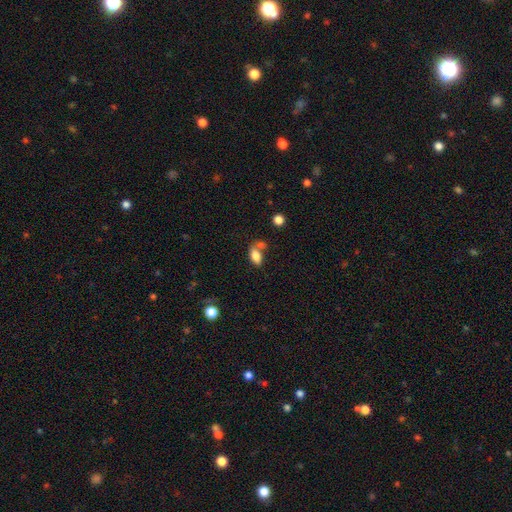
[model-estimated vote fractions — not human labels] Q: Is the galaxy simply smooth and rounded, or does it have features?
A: smooth — 80%.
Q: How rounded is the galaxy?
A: in between — 89%.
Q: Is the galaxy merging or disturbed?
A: none — 41%.